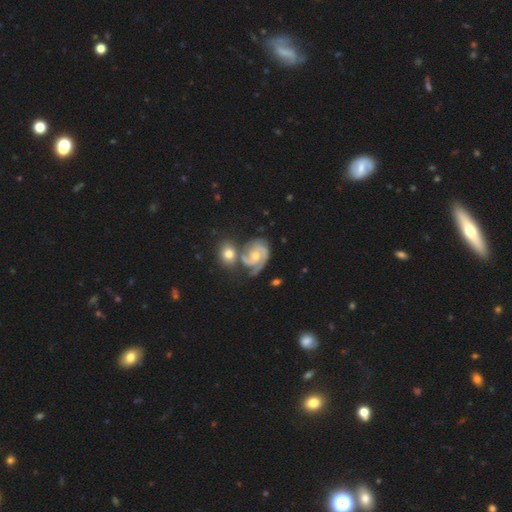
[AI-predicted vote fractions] smooth_or_featured: featured or disk (p=0.89) [alt: smooth p=0.06]
disk_edge_on: no (p=0.98) [alt: yes p=0.02]
bar: no (p=0.64) [alt: weak p=0.30]
has_spiral_arms: yes (p=0.98) [alt: no p=0.02]
spiral_winding: tight (p=0.57) [alt: medium p=0.37]
spiral_arm_count: 2 (p=0.54) [alt: 3 p=0.26]
bulge_size: moderate (p=0.48) [alt: small p=0.47]
merging: none (p=0.46) [alt: merger p=0.27]